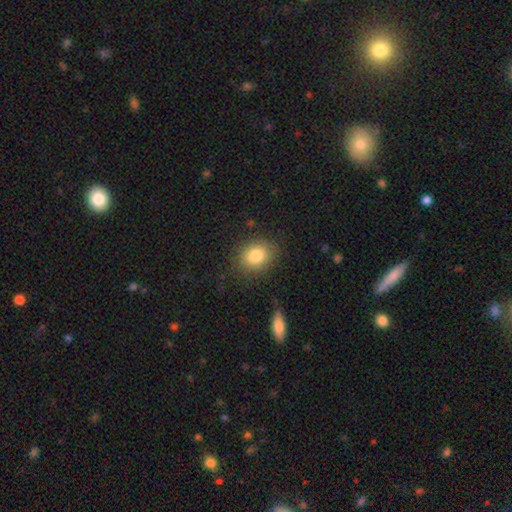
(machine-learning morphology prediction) type=smooth (84%); roundness=round (54%); merging=none (83%).